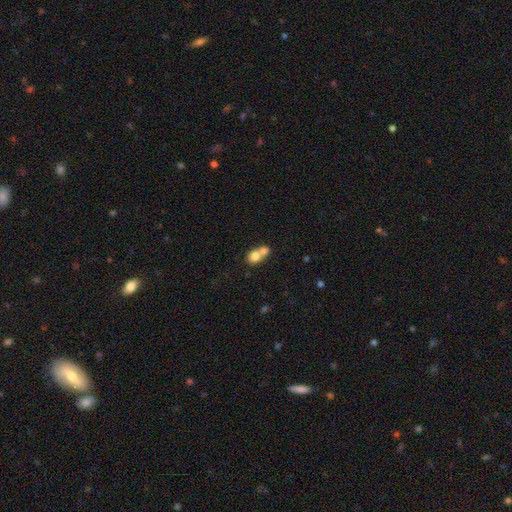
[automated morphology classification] Q: Smooth or featured?
A: smooth (75%); runner-up: featured or disk (16%)
Q: How rounded?
A: round (62%); runner-up: in between (37%)
Q: Merging?
A: merger (69%); runner-up: none (23%)